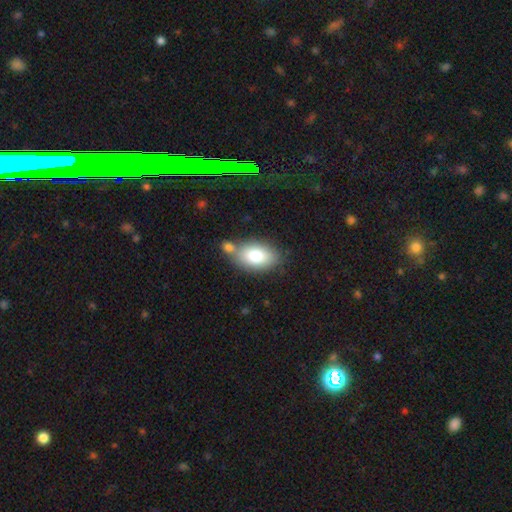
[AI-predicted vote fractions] A smooth galaxy with no disk features (78%) that is in between round and cigar-shaped (90%). Merging: none (58%).